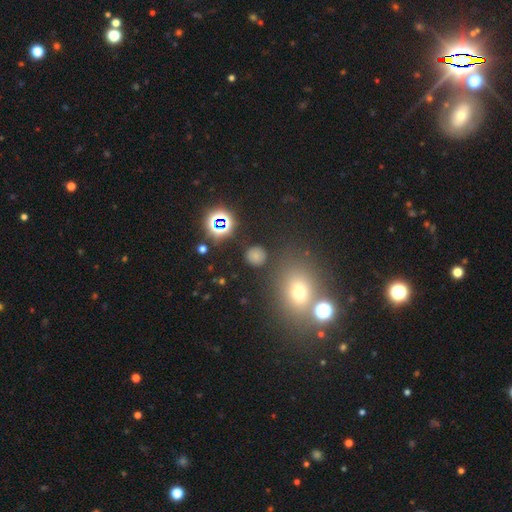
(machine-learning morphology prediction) Smooth or featured: smooth — 67% (star or artifact — 26%)
How rounded: round — 88% (in between — 11%)
Merging: none — 85% (minor disturbance — 9%)